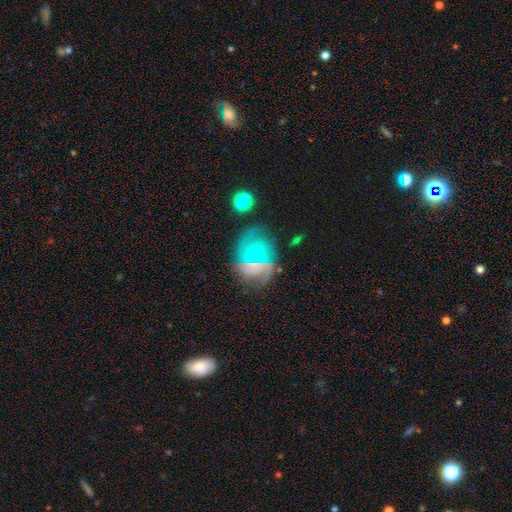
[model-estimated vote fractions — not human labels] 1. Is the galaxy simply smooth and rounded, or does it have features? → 64% featured or disk, 22% smooth, 15% star or artifact.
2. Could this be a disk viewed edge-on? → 98% no, 2% yes.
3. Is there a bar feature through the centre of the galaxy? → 48% no, 42% weak, 11% strong.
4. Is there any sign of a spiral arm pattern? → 90% yes, 10% no.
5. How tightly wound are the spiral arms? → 44% tight, 42% medium, 14% loose.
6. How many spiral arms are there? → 33% 2, 25% can't tell, 21% 3, 7% 4, 7% 1, 6% more than 4.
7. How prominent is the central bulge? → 66% small, 23% moderate, 7% none, 3% large, 2% dominant.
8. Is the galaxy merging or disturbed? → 64% none, 17% minor disturbance, 10% major disturbance, 9% merger.